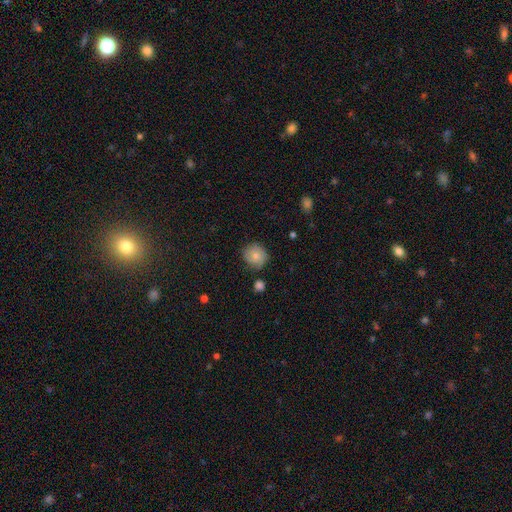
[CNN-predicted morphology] smooth_or_featured: smooth (p=0.69) [alt: featured or disk p=0.23]
how_rounded: round (p=0.85) [alt: in between p=0.14]
merging: none (p=0.74) [alt: minor disturbance p=0.19]